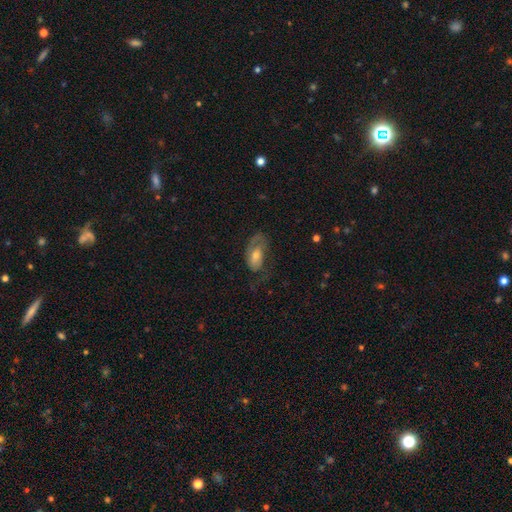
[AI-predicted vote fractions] This appears to be a featured or disk galaxy (58%) with no bar (62%), spiral arms (74%) and a moderate central bulge (55%). Merging: none (47%).